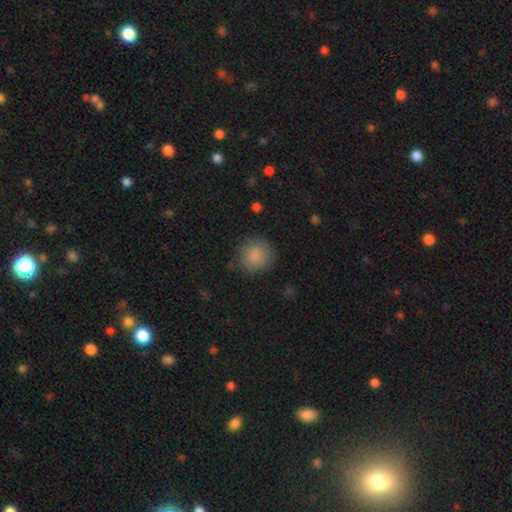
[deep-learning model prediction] Smooth or featured? Predicted: smooth (p=0.86). How rounded? Predicted: round (p=0.89). Merging? Predicted: none (p=0.83).